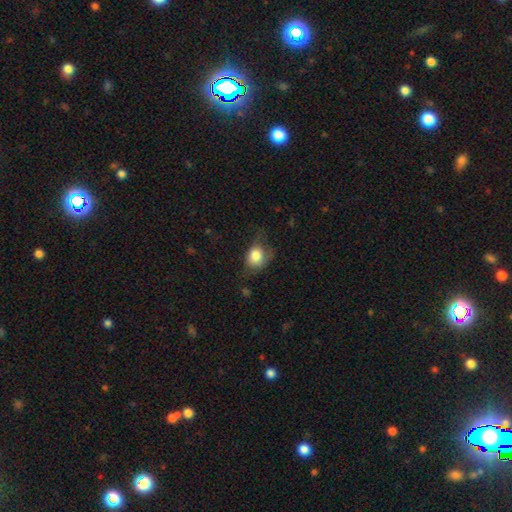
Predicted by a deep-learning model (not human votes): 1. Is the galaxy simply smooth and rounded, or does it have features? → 79% smooth, 13% featured or disk, 8% star or artifact.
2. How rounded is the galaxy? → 50% in between, 49% round, 1% cigar-shaped.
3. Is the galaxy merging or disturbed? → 43% none, 34% minor disturbance, 21% major disturbance, 2% merger.